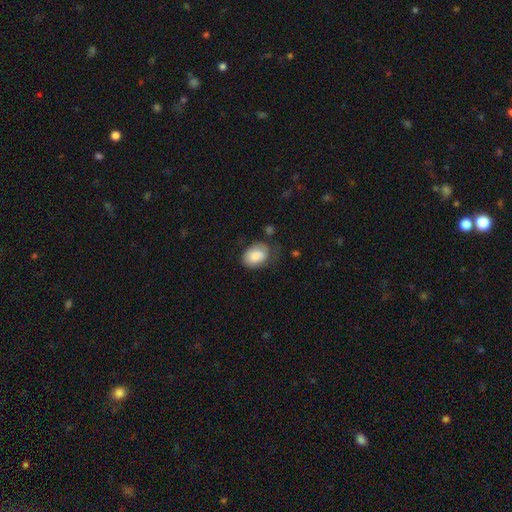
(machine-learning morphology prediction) smooth_or_featured: smooth (p=0.80) [alt: featured or disk p=0.13]
how_rounded: in between (p=0.79) [alt: round p=0.20]
merging: none (p=0.53) [alt: minor disturbance p=0.31]